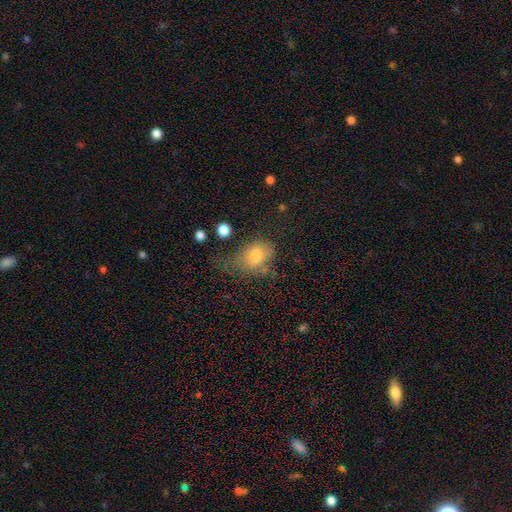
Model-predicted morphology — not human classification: The model was most divided on "merging": none: 39%, minor disturbance: 33%, major disturbance: 23%, merger: 5%. More confident: smooth or featured — smooth (76%); how rounded — in between (62%).